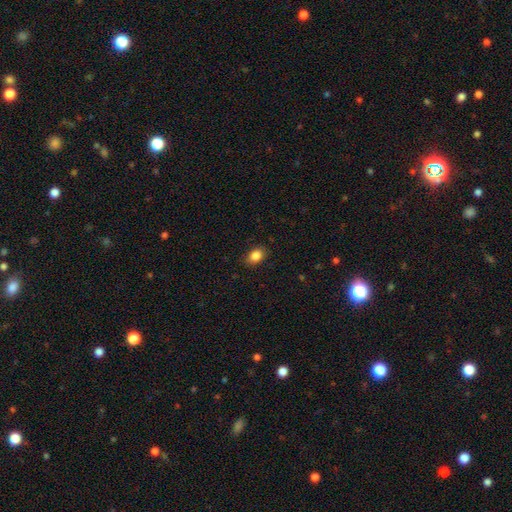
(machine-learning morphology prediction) This is clearly a smooth galaxy (86%). How rounded: likely in between (79%). Merging: clearly none (86%).